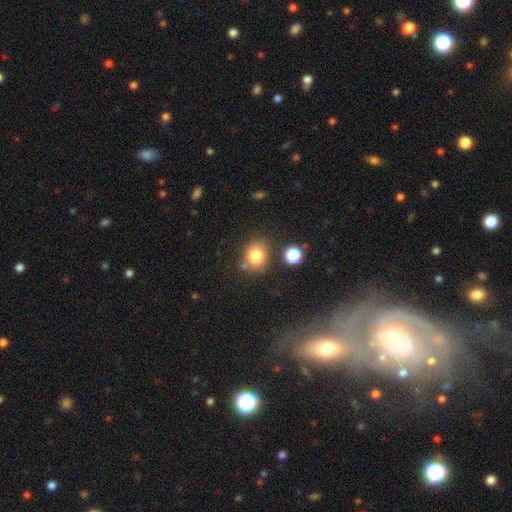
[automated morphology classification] Smooth or featured?
  - smooth: 79% *
  - star or artifact: 12%
  - featured or disk: 9%
How rounded?
  - round: 75% *
  - in between: 24%
  - cigar-shaped: 1%
Merging?
  - none: 72% *
  - minor disturbance: 13%
  - merger: 10%
  - major disturbance: 5%